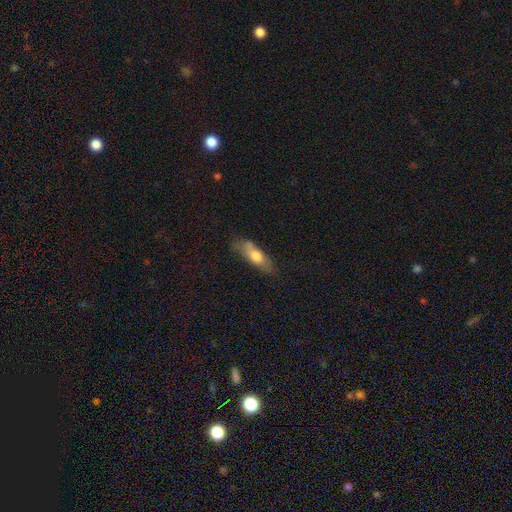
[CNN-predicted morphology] A smooth galaxy with no disk features (64%) that is in between round and cigar-shaped (55%).

Vote fractions:
- Smooth or featured? smooth: 64% / featured or disk: 29% / star or artifact: 7%
- How rounded? in between: 55% / cigar-shaped: 41% / round: 3%
- Merging? none: 59% / minor disturbance: 28% / major disturbance: 9% / merger: 4%